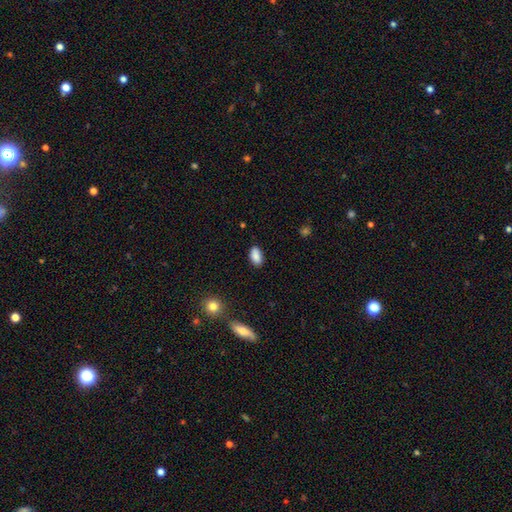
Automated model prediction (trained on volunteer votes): Smooth or featured? Predicted: smooth (p=0.88). How rounded? Predicted: in between (p=0.92). Merging? Predicted: none (p=0.85).